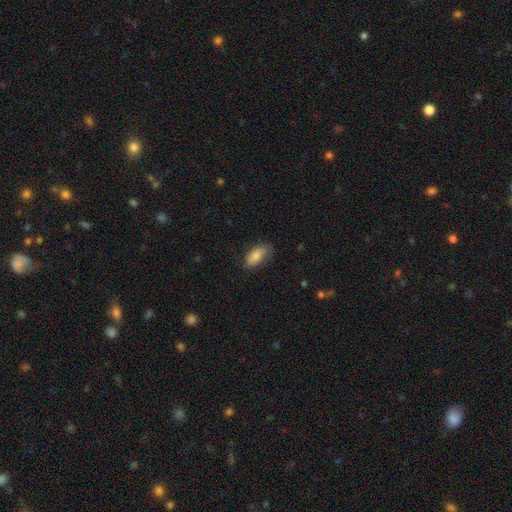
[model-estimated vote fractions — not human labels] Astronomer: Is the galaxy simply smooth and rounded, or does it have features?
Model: smooth — 78%.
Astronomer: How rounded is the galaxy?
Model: in between — 89%.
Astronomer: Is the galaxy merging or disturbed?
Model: none — 69%.